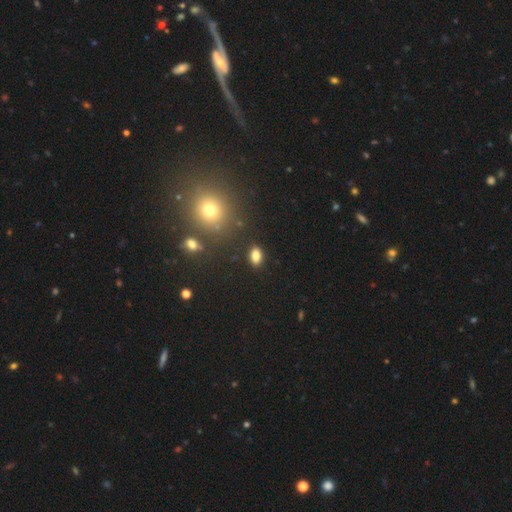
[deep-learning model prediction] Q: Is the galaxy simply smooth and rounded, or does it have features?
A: smooth — 83%.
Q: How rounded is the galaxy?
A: in between — 84%.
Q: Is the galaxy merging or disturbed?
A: none — 88%.